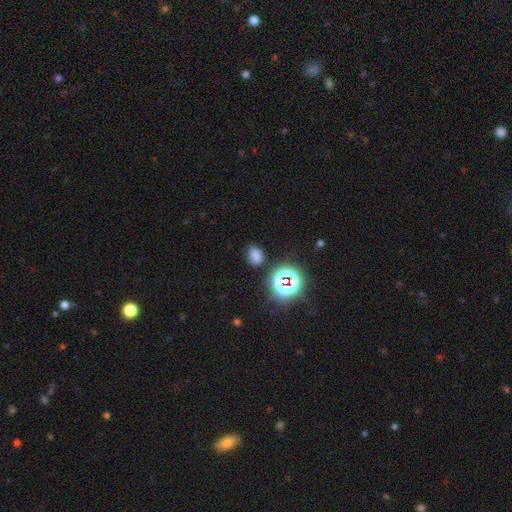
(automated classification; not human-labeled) smooth_or_featured: smooth (p=0.69) [alt: star or artifact p=0.26]
how_rounded: in between (p=0.73) [alt: round p=0.25]
merging: none (p=0.79) [alt: minor disturbance p=0.13]